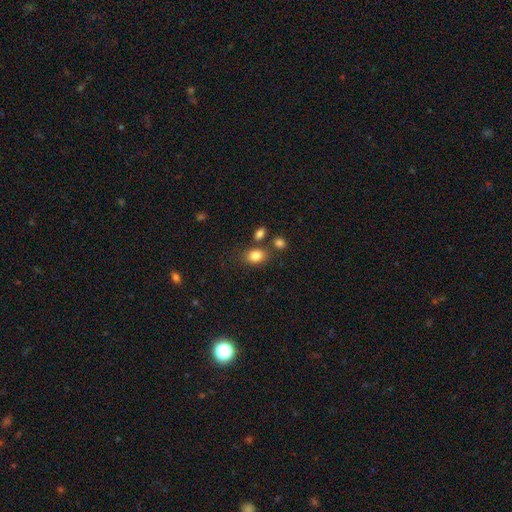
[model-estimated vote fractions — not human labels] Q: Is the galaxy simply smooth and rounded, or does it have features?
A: smooth — 84%.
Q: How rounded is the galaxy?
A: in between — 64%.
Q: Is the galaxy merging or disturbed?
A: none — 70%.